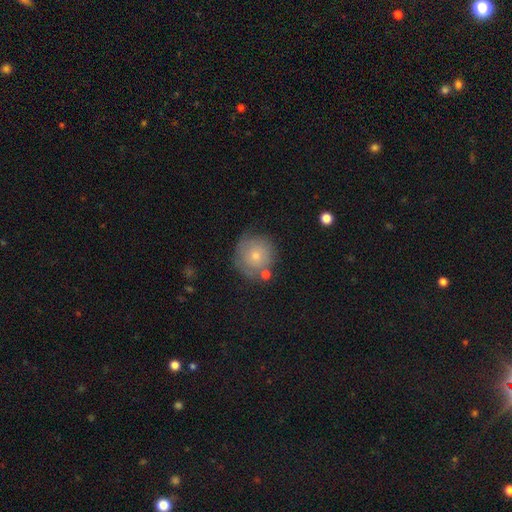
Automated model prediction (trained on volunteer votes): The model was most divided on "smooth or featured": smooth: 67%, featured or disk: 25%, star or artifact: 8%. More confident: how rounded — round (93%); merging — none (65%).